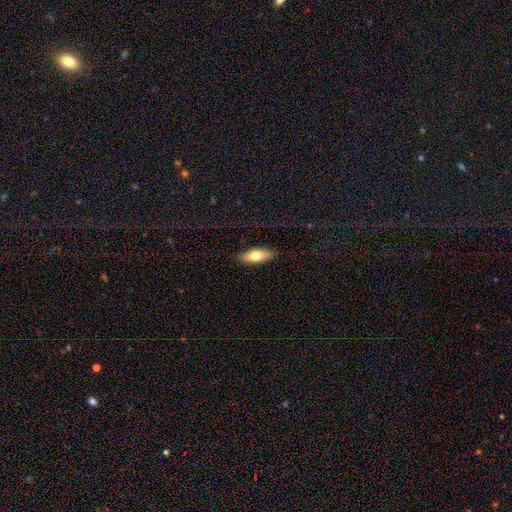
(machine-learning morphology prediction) The model was most divided on "smooth or featured": smooth: 73%, featured or disk: 21%, star or artifact: 6%. More confident: merging — none (83%); how rounded — in between (78%).